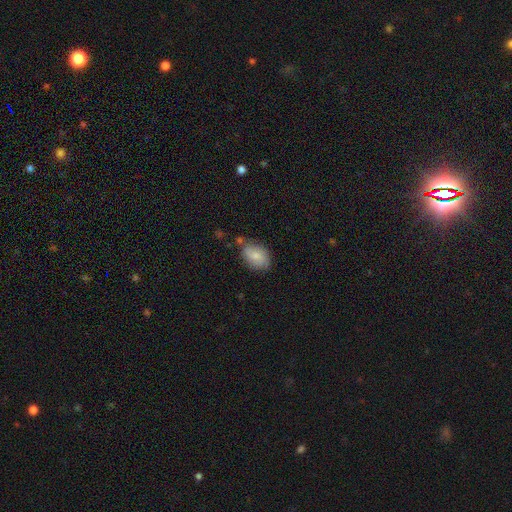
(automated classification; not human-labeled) Smooth or featured: smooth — 78% (featured or disk — 15%)
How rounded: in between — 82% (round — 16%)
Merging: none — 65% (minor disturbance — 23%)